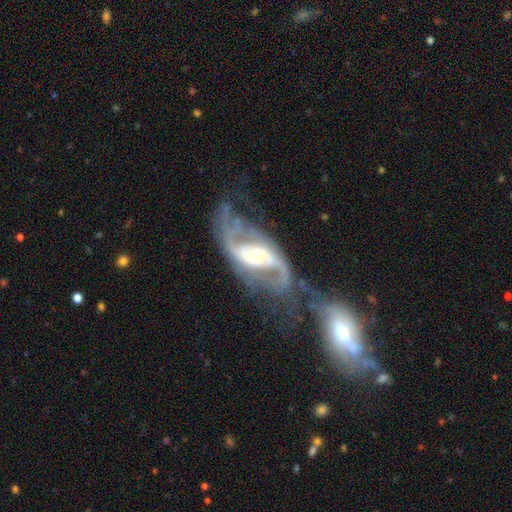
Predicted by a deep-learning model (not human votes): Overall: featured or disk (89%). Edge-on disk: no (96%). Bar: no (38%; weak 36%). Spiral arms: yes (95%). Spiral arm count: 2 (85%). Spiral winding: medium (43%; loose 39%). Bulge size: moderate (67%). Merging: none (46%; major disturbance 24%).